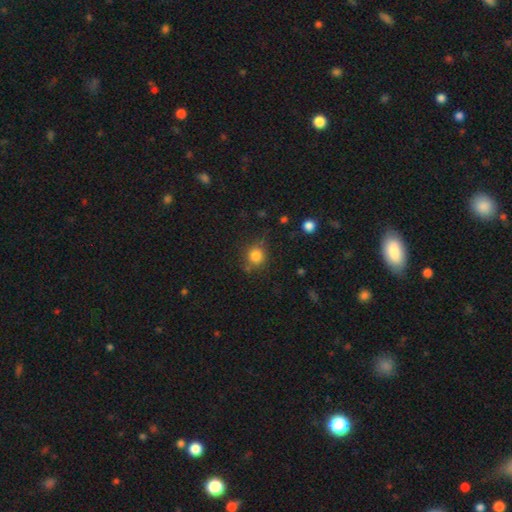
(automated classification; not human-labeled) This is clearly a smooth galaxy (81%). How rounded: clearly round (86%). Merging: likely none (76%).